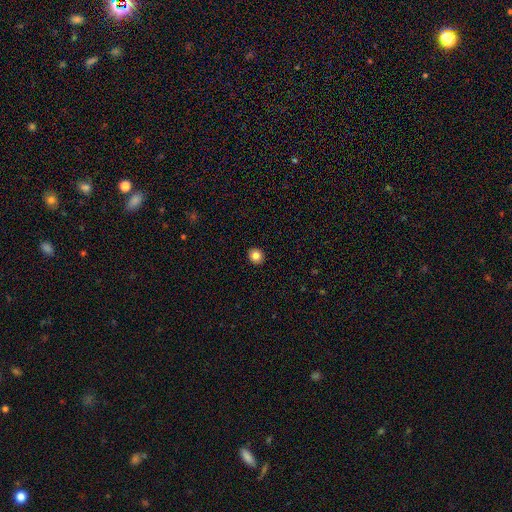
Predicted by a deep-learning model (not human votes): A smooth galaxy with no disk features (84%) that is round (82%). Merging: none (93%).